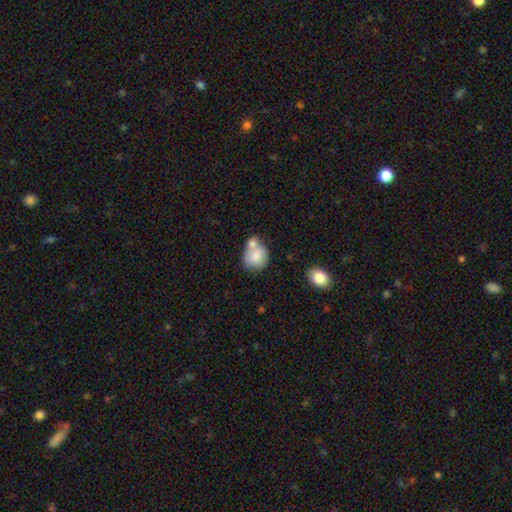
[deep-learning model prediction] Smooth or featured? Predicted: smooth (p=0.76). How rounded? Predicted: round (p=0.63). Merging? Predicted: merger (p=0.48).